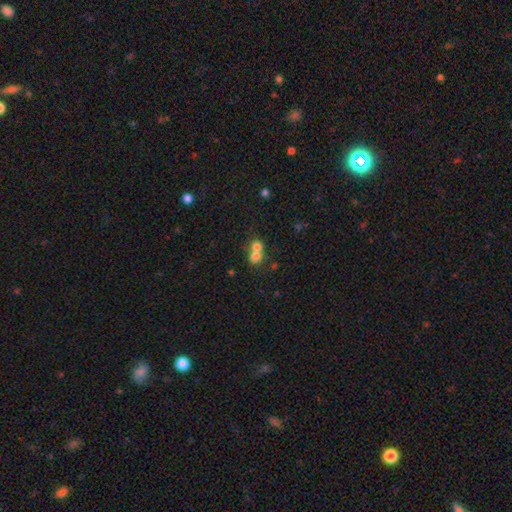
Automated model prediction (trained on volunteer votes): smooth-or-featured: smooth: 70% | featured or disk: 17% | star or artifact: 13%
  how-rounded: round: 73% | in between: 26% | cigar-shaped: 1%
  merging: merger: 66% | none: 26% | minor disturbance: 5% | major disturbance: 3%